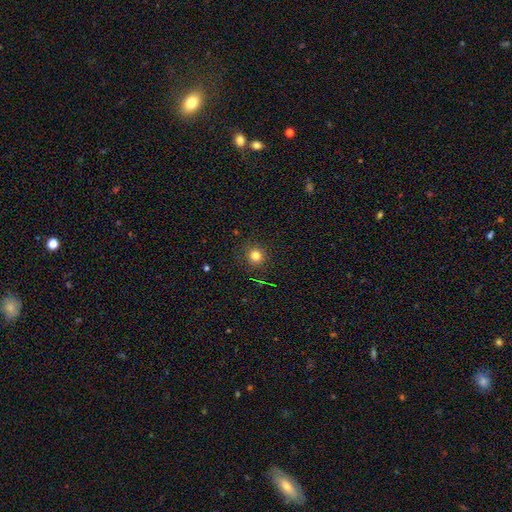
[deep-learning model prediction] smooth 81%, star or artifact 14%, featured or disk 6%. Down the decision tree: how rounded — round (94%); merging — none (90%).